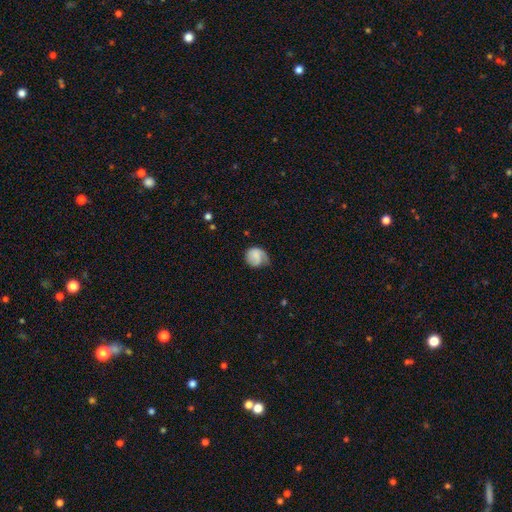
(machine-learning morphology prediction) smooth 60%, featured or disk 33%, star or artifact 8%. Down the decision tree: how rounded — round (71%); merging — none (44%).